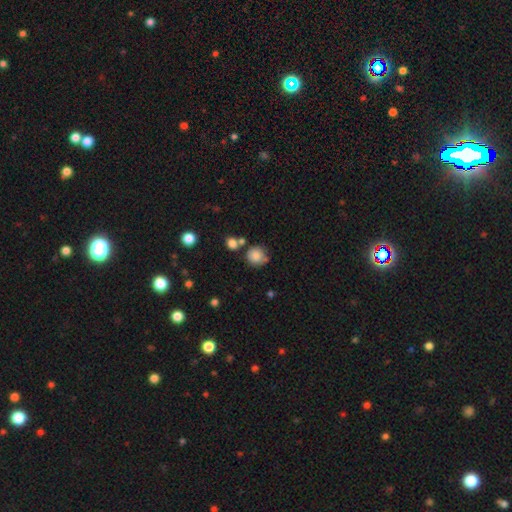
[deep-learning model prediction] Smooth or featured? smooth (82%)
How rounded? round (89%)
Merging? none (66%)